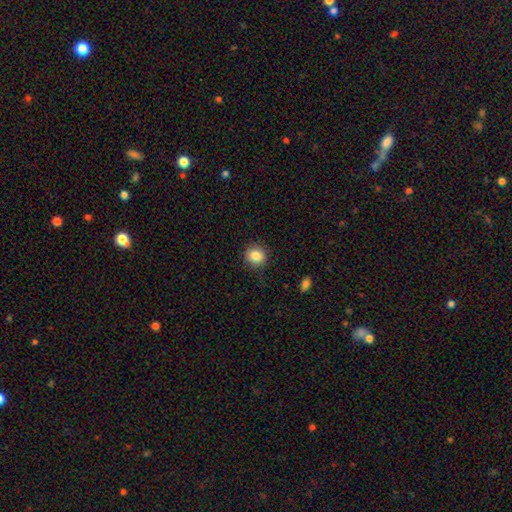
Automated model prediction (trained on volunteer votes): Smooth or featured?
  - smooth: 86% *
  - star or artifact: 9%
  - featured or disk: 5%
How rounded?
  - round: 81% *
  - in between: 18%
  - cigar-shaped: 1%
Merging?
  - none: 89% *
  - minor disturbance: 8%
  - major disturbance: 2%
  - merger: 1%